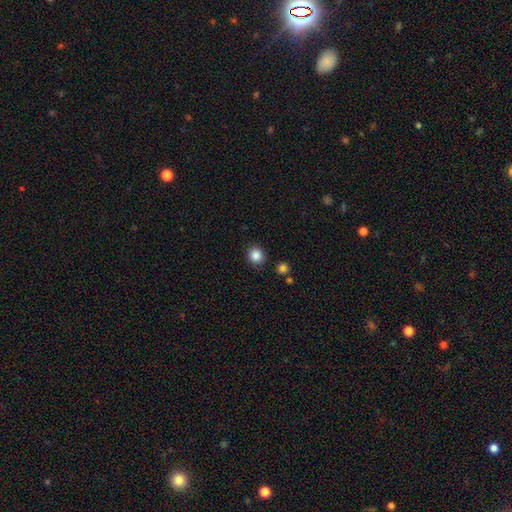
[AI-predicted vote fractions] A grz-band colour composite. It shows a smooth galaxy with no disk features (86%) that is round (87%). Merging: none (88%).